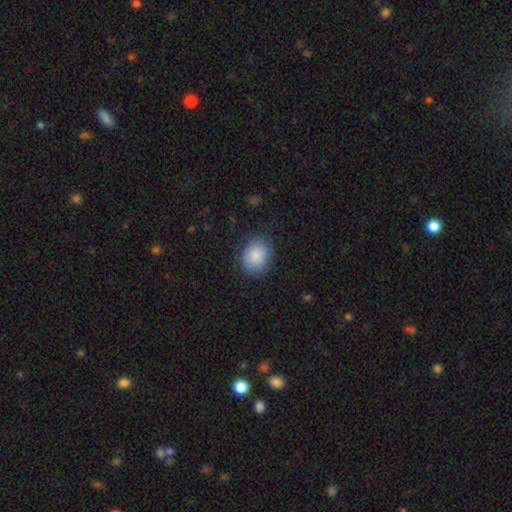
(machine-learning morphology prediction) Q: Smooth or featured?
A: smooth (85%); runner-up: featured or disk (8%)
Q: How rounded?
A: round (56%); runner-up: in between (43%)
Q: Merging?
A: none (77%); runner-up: minor disturbance (17%)